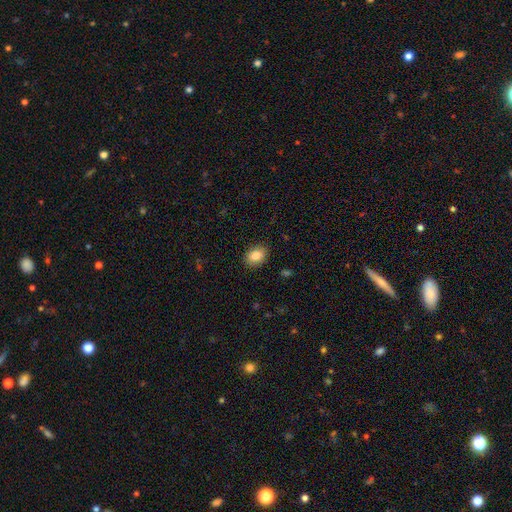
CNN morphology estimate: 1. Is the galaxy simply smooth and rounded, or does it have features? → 85% smooth, 8% star or artifact, 7% featured or disk.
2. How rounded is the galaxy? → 70% in between, 29% round, 1% cigar-shaped.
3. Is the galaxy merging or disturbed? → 88% none, 9% minor disturbance, 2% major disturbance, 1% merger.